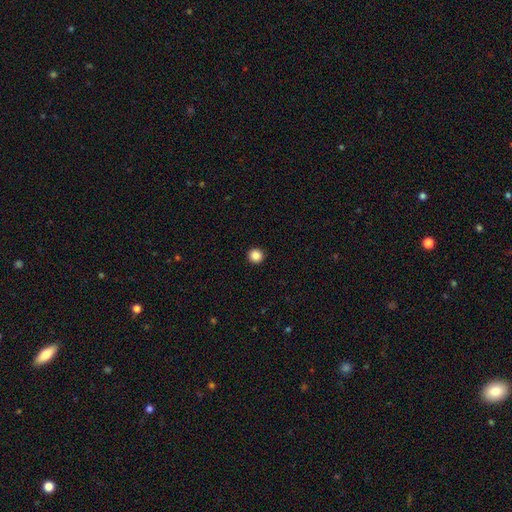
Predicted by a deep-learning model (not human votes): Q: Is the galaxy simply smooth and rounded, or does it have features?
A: smooth — 86%.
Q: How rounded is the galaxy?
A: round — 95%.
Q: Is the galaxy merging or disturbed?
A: none — 94%.